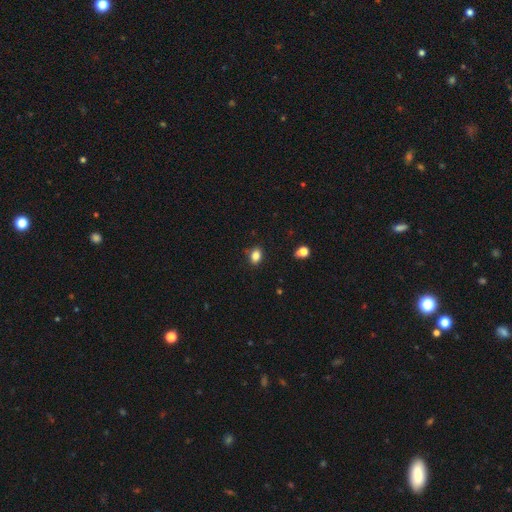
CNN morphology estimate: A smooth galaxy with no disk features (84%) that is in between round and cigar-shaped (72%). Merging: none (83%).